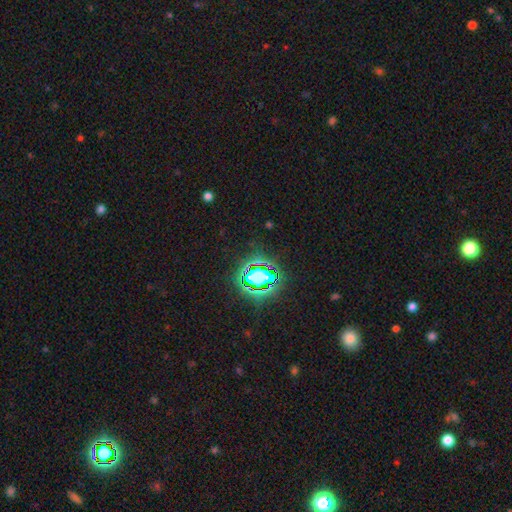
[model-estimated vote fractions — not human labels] Overall: star or artifact (76%).